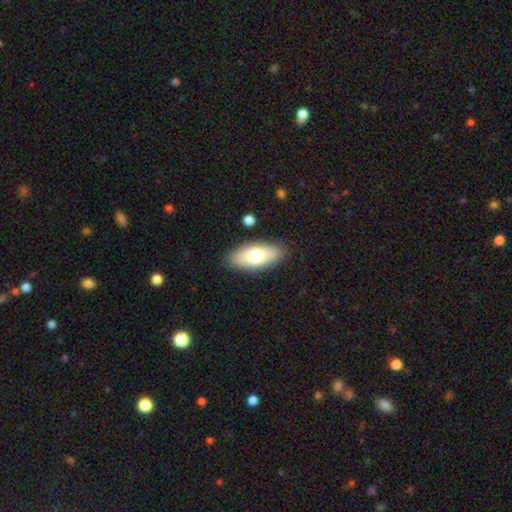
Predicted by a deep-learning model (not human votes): smooth-or-featured: smooth: 69% | featured or disk: 24% | star or artifact: 6%
  how-rounded: in between: 82% | cigar-shaped: 15% | round: 3%
  merging: none: 87% | minor disturbance: 9% | major disturbance: 2% | merger: 2%